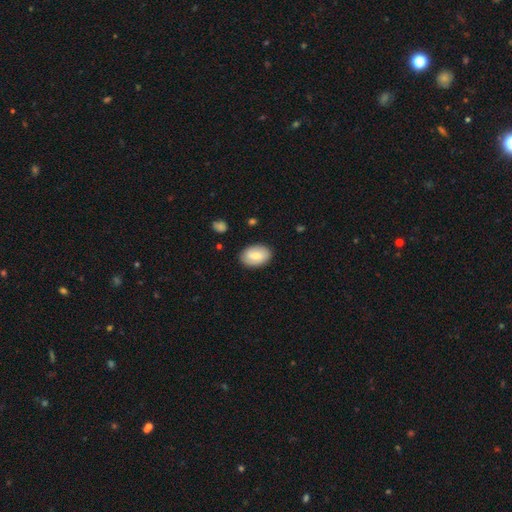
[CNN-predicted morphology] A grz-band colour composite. It shows a smooth galaxy with no disk features (64%) that is in between round and cigar-shaped (85%). Merging: none (85%).